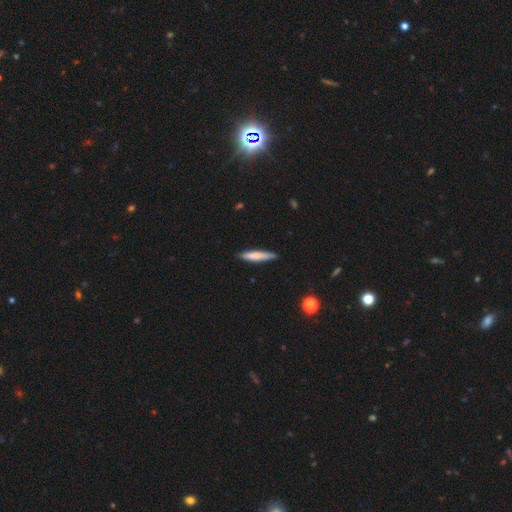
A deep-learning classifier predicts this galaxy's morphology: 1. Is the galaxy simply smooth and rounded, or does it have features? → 74% smooth, 20% featured or disk, 6% star or artifact.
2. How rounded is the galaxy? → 89% cigar-shaped, 9% in between, 1% round.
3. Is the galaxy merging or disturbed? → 85% none, 12% minor disturbance, 2% major disturbance, 1% merger.